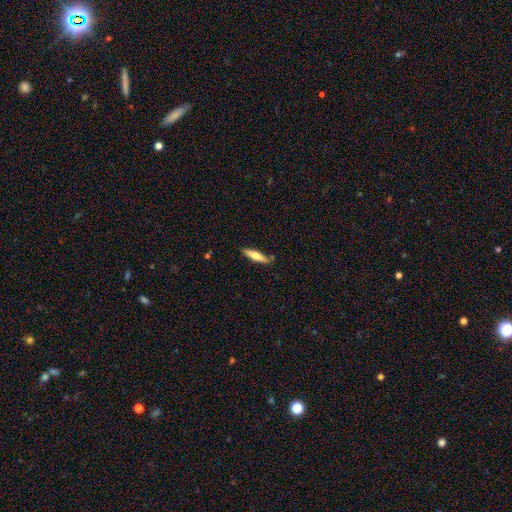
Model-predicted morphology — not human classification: Smooth or featured: smooth — 55% (featured or disk — 40%)
How rounded: cigar-shaped — 80% (in between — 18%)
Merging: none — 85% (minor disturbance — 10%)